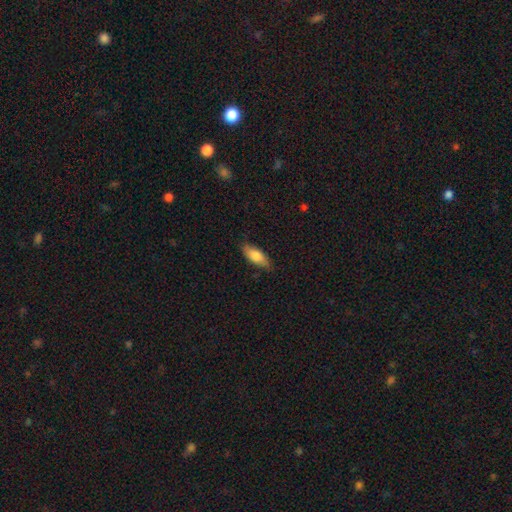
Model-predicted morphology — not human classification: smooth 79%, featured or disk 15%, star or artifact 6%. Down the decision tree: how rounded — in between (78%); merging — none (80%).